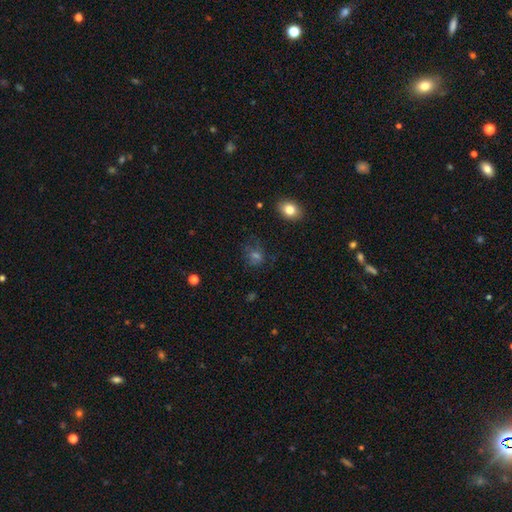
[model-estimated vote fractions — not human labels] Overall: smooth (51%; star or artifact 30%). How rounded: round (60%; in between 38%). Merging: none (65%).